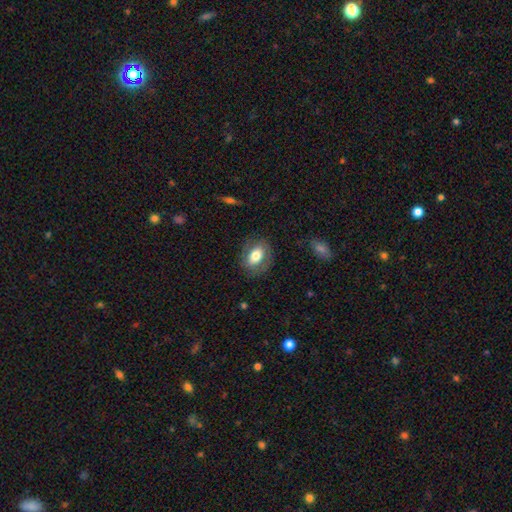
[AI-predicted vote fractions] The model was most divided on "smooth or featured": smooth: 68%, featured or disk: 25%, star or artifact: 7%. More confident: merging — none (80%); how rounded — in between (78%).